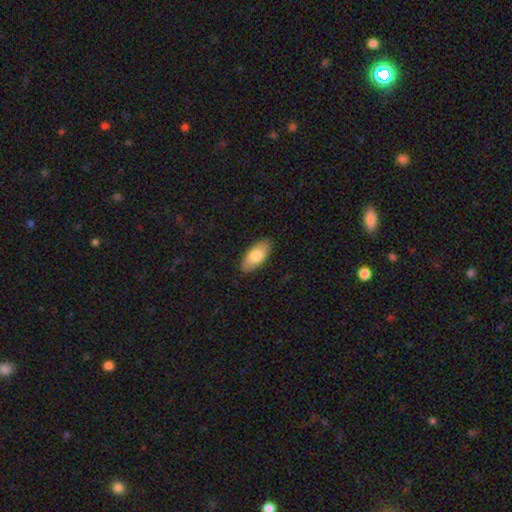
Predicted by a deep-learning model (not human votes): smooth 81%, featured or disk 14%, star or artifact 6%. Down the decision tree: how rounded — in between (89%); merging — none (87%).